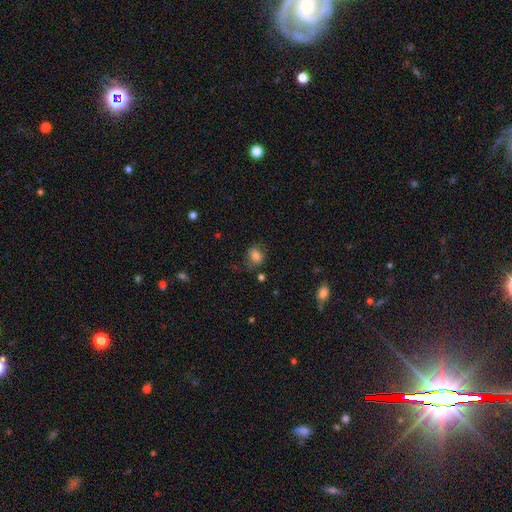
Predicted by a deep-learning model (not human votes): A smooth galaxy with no disk features (78%) that is round (51%). Merging: none (60%).